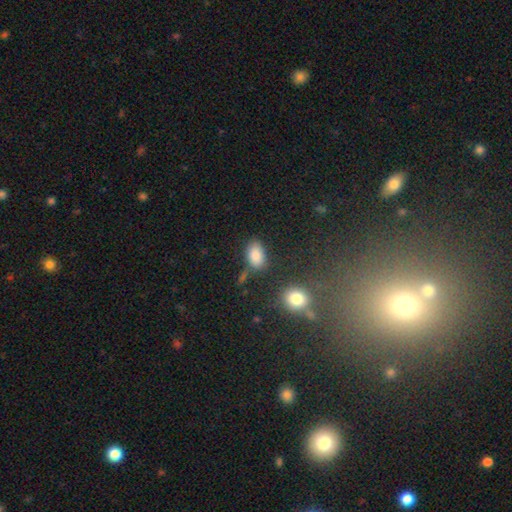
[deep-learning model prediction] A smooth galaxy with no disk features (86%) that is in between round and cigar-shaped (90%).

Vote fractions:
- Smooth or featured? smooth: 86% / star or artifact: 9% / featured or disk: 5%
- How rounded? in between: 90% / round: 9% / cigar-shaped: 2%
- Merging? none: 69% / minor disturbance: 18% / merger: 8% / major disturbance: 5%